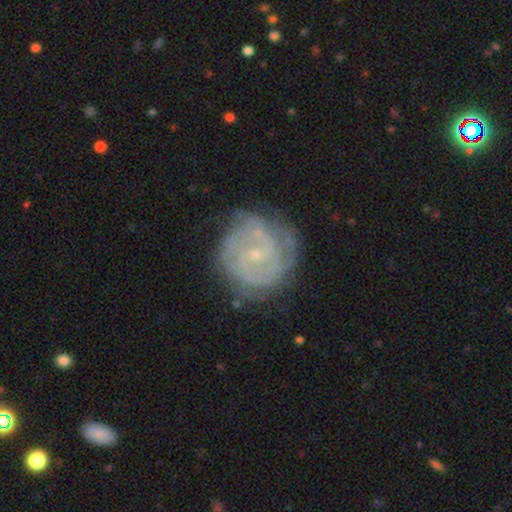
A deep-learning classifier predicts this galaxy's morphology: A featured or disk galaxy (80%) with no bar (59%), tight (70%) spiral arms (91%) and a small central bulge (82%). Merging: none (72%).